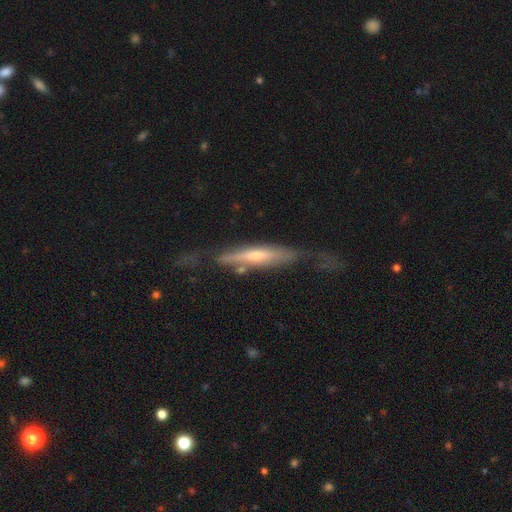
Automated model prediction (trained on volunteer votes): featured or disk 63%, smooth 32%, star or artifact 6%. Down the decision tree: edge-on disk — yes (85%); edge-on bulge — rounded (55%); merging — none (51%).